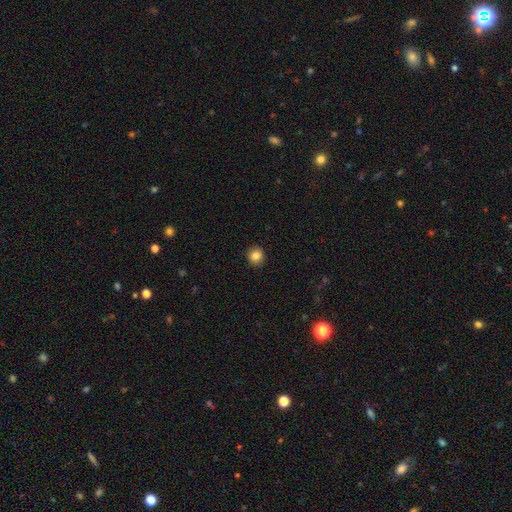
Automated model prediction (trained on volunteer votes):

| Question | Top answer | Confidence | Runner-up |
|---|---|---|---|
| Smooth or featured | smooth | 84% | star or artifact (10%) |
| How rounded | round | 87% | in between (12%) |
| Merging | none | 91% | minor disturbance (7%) |